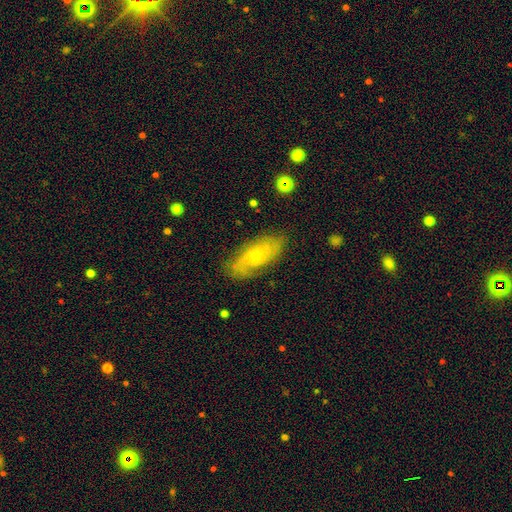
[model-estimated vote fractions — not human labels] Smooth or featured: featured or disk — 61% (smooth — 31%)
Edge-on disk: no — 89% (yes — 11%)
Bar: no — 78% (weak — 19%)
Spiral arms: yes — 83% (no — 17%)
Bulge size: small — 76% (moderate — 20%)
Merging: none — 78% (minor disturbance — 16%)